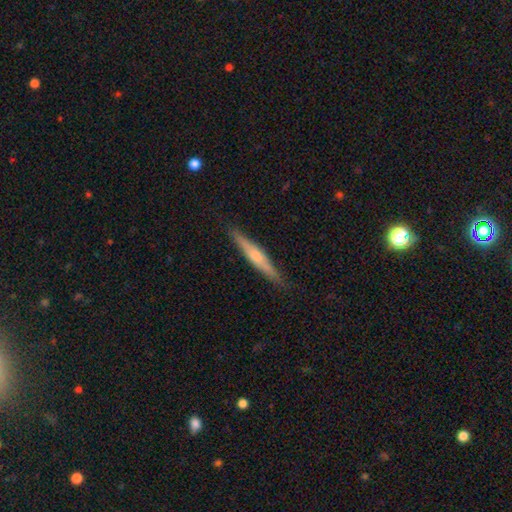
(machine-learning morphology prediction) smooth_or_featured: featured or disk (p=0.58) [alt: smooth p=0.36]
disk_edge_on: yes (p=0.96) [alt: no p=0.04]
edge_on_bulge: rounded (p=0.74) [alt: none p=0.18]
merging: none (p=0.89) [alt: minor disturbance p=0.08]